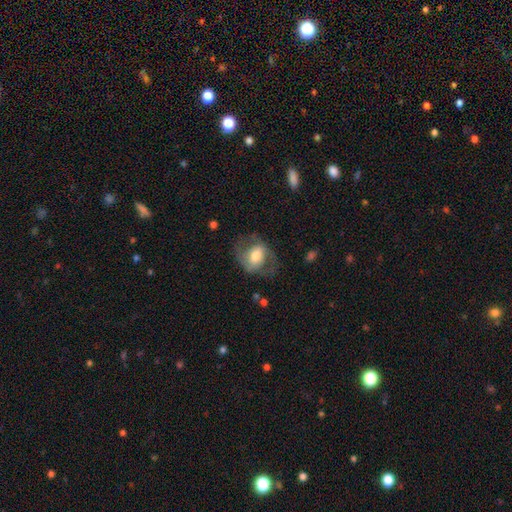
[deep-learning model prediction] A featured or disk galaxy (56%) with a weak bar (40%), spiral arms (68%) and a moderate central bulge (61%). Merging: none (61%).